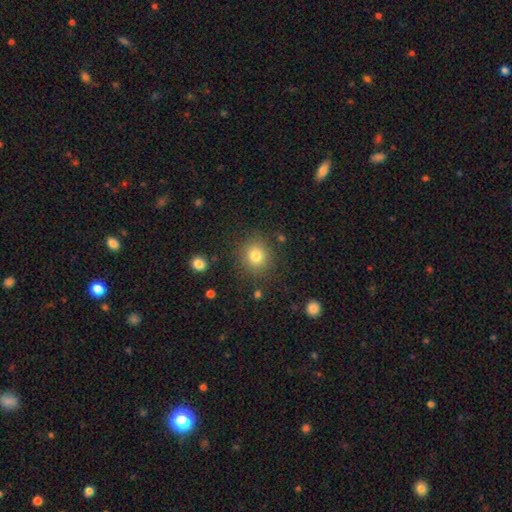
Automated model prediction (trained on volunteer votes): smooth-or-featured: smooth: 81% | star or artifact: 12% | featured or disk: 7%
  how-rounded: round: 85% | in between: 14% | cigar-shaped: 1%
  merging: none: 86% | minor disturbance: 8% | major disturbance: 3% | merger: 2%